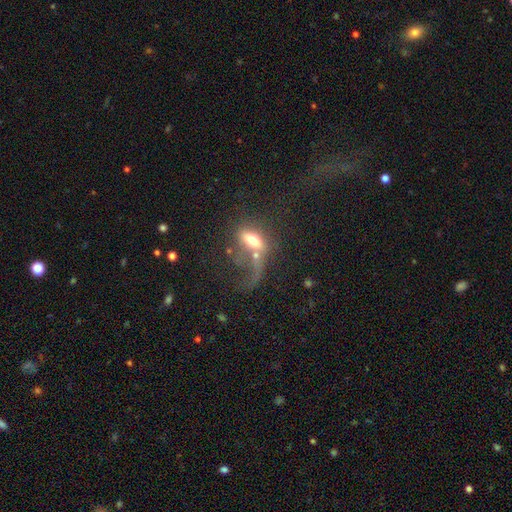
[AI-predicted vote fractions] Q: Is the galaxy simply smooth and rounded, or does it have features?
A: smooth — 52%.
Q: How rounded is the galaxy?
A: in between — 69%.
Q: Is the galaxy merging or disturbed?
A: major disturbance — 37%.